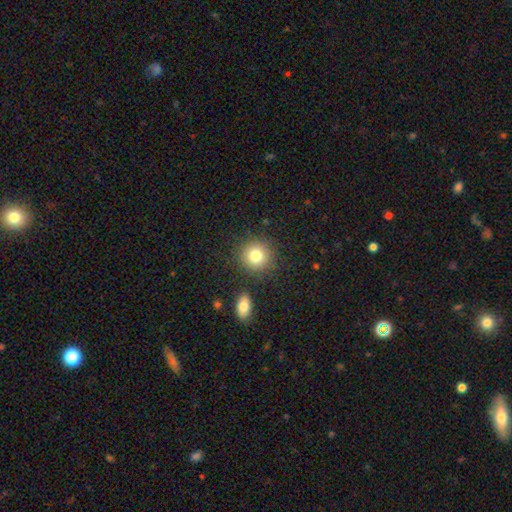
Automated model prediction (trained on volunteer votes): A smooth galaxy with no disk features (80%) that is round (92%). Merging: none (85%).